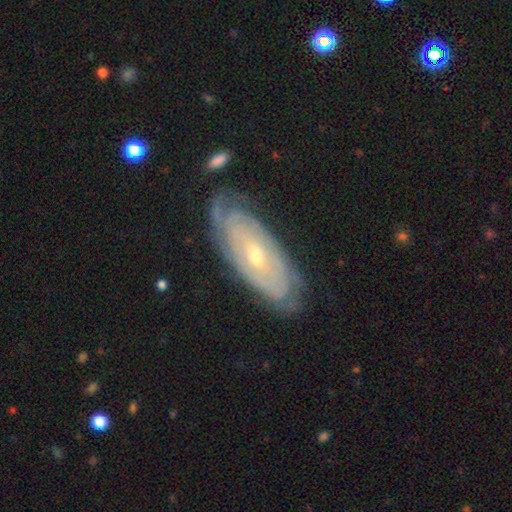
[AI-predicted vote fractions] A featured or disk galaxy (81%) with no bar (59%), tight (80%) spiral arms (90%) and a small central bulge (60%). Merging: none (72%).